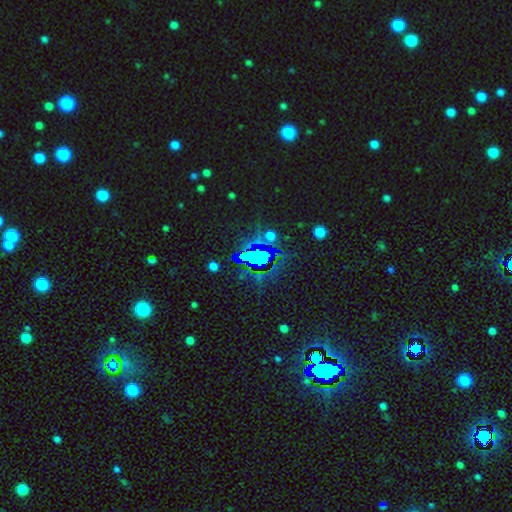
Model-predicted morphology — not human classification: type=star or artifact (70%).